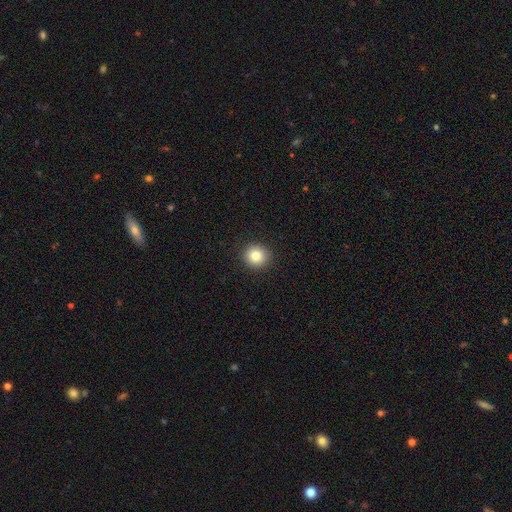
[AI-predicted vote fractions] Morphology: type=smooth (83%); roundness=round (91%); merging=none (92%).